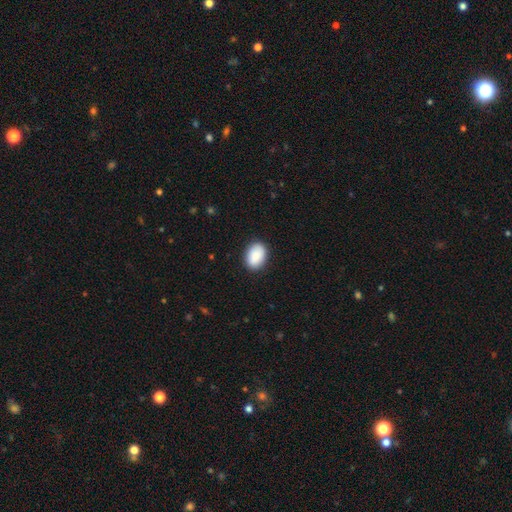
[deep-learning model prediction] Q: Smooth or featured?
A: smooth (91%); runner-up: star or artifact (6%)
Q: How rounded?
A: in between (83%); runner-up: round (16%)
Q: Merging?
A: none (88%); runner-up: minor disturbance (9%)